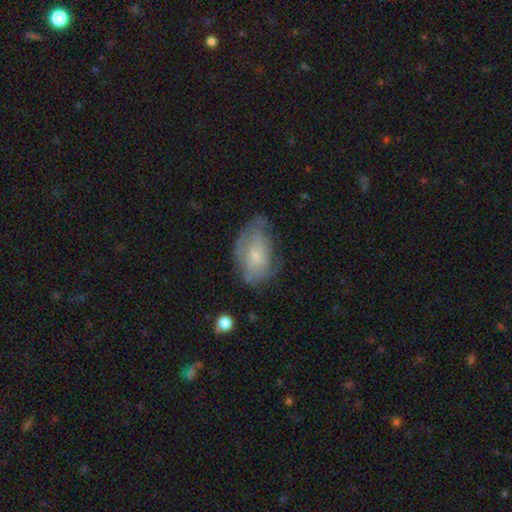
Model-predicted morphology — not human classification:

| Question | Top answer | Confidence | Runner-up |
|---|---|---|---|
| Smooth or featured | featured or disk | 54% | smooth (38%) |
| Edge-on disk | no | 95% | yes (5%) |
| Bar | no | 80% | weak (17%) |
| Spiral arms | yes | 66% | no (34%) |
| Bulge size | small | 72% | moderate (21%) |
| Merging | none | 51% | minor disturbance (31%) |